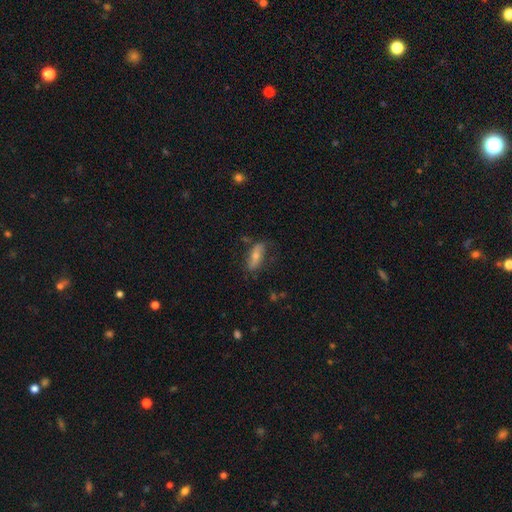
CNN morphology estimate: This is possibly a smooth galaxy (45%). Merging: likely none (71%).